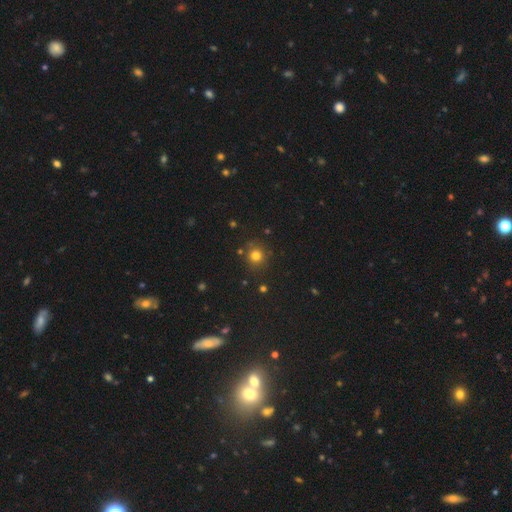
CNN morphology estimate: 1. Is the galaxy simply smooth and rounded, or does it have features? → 77% smooth, 16% star or artifact, 6% featured or disk.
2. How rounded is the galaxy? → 91% round, 8% in between, 1% cigar-shaped.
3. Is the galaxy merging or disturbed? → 83% none, 10% minor disturbance, 4% merger, 3% major disturbance.